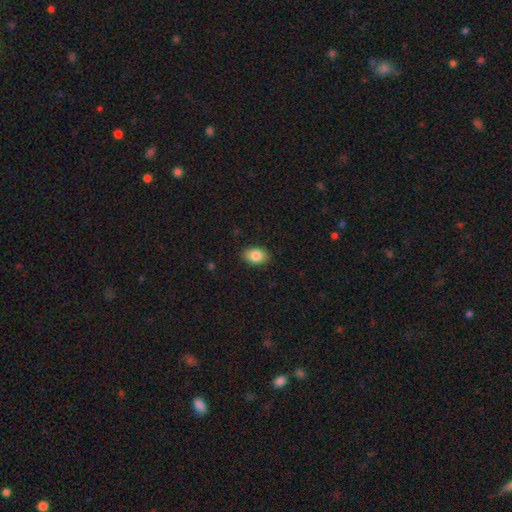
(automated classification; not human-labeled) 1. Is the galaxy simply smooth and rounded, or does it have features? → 85% smooth, 8% star or artifact, 7% featured or disk.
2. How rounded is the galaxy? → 81% in between, 17% round, 1% cigar-shaped.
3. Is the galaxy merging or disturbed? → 88% none, 9% minor disturbance, 2% major disturbance, 1% merger.